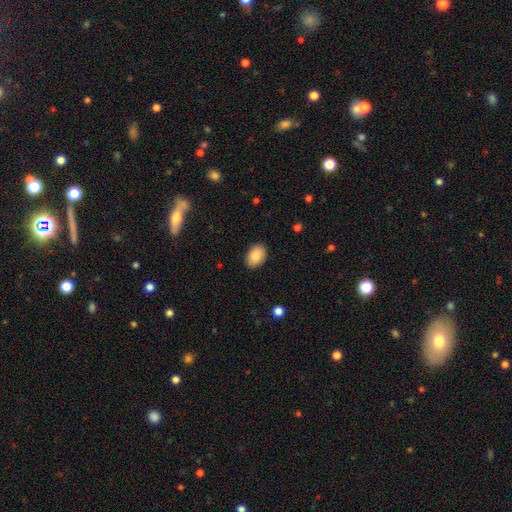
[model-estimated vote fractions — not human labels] smooth_or_featured: smooth (p=0.87) [alt: star or artifact p=0.07]
how_rounded: in between (p=0.85) [alt: round p=0.14]
merging: none (p=0.87) [alt: minor disturbance p=0.10]